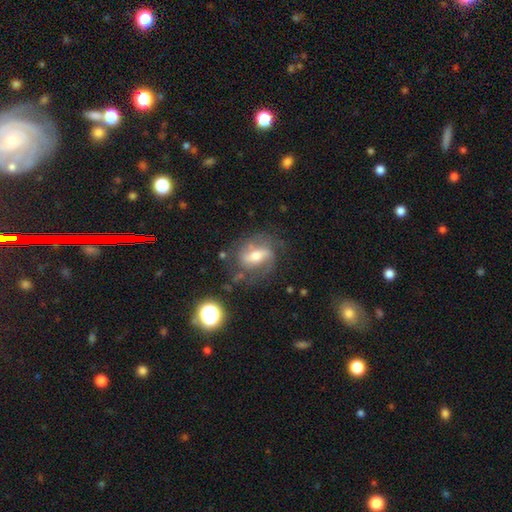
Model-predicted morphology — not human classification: Smooth or featured?
  - featured or disk: 67% *
  - smooth: 23%
  - star or artifact: 9%
Edge-on disk?
  - no: 94% *
  - yes: 6%
Bar?
  - weak: 41% *
  - strong: 37%
  - no: 22%
Spiral arms?
  - yes: 83% *
  - no: 17%
Spiral winding?
  - medium: 44% *
  - loose: 32%
  - tight: 24%
Spiral arm count?
  - 2: 69% *
  - can't tell: 16%
  - 1: 8%
  - 3: 5%
  - 4: 2%
  - more than 4: 1%
Bulge size?
  - moderate: 63% *
  - small: 24%
  - large: 9%
  - none: 2%
  - dominant: 1%
Merging?
  - none: 61% *
  - minor disturbance: 21%
  - major disturbance: 15%
  - merger: 4%